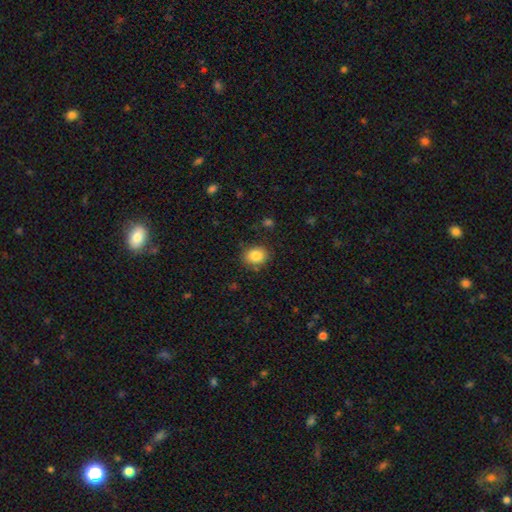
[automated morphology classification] type=smooth (84%); roundness=round (61%); merging=none (83%).